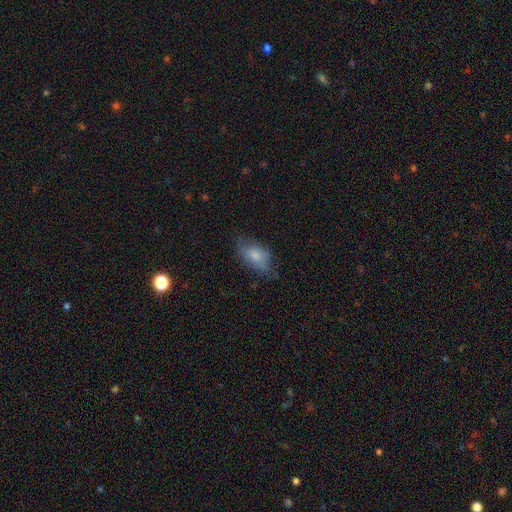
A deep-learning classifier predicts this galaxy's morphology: smooth 76%, featured or disk 17%, star or artifact 7%. Down the decision tree: how rounded — in between (90%); merging — none (58%).